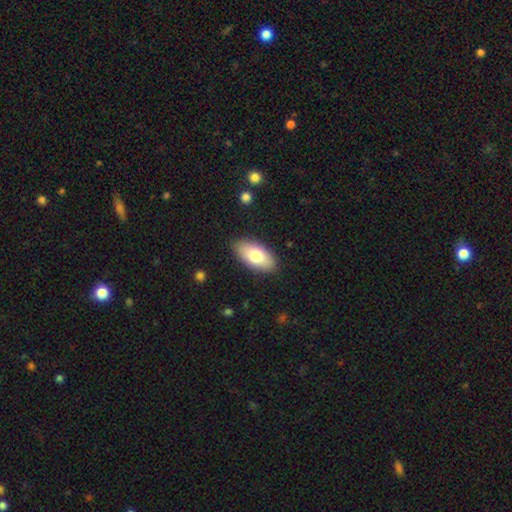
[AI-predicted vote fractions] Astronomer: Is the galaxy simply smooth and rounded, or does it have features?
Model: smooth — 75%.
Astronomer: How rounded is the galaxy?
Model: in between — 93%.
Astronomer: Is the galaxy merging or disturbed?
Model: none — 87%.